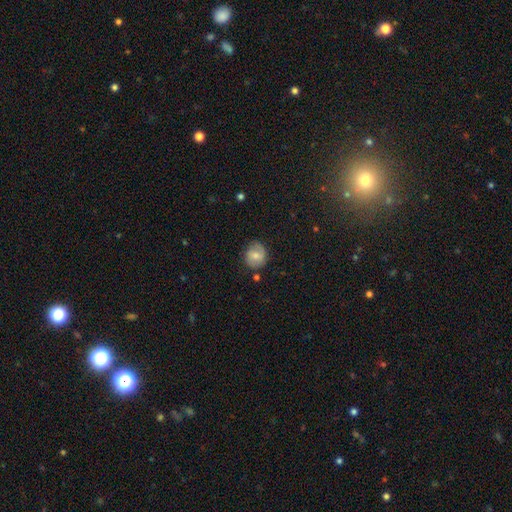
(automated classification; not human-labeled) smooth_or_featured: smooth (p=0.60) [alt: featured or disk p=0.32]
how_rounded: round (p=0.82) [alt: in between p=0.18]
merging: none (p=0.73) [alt: minor disturbance p=0.19]